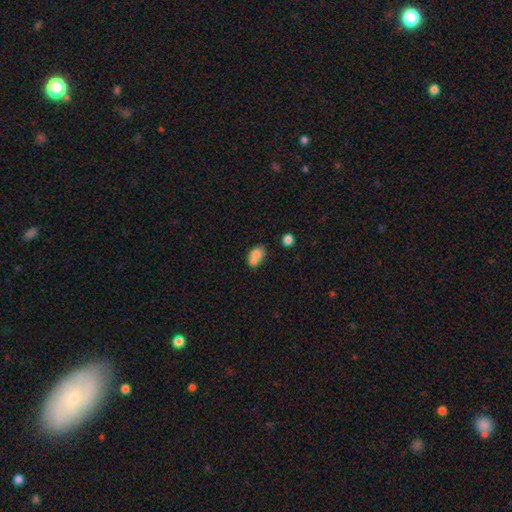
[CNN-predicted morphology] smooth_or_featured: smooth (p=0.73) [alt: featured or disk p=0.18]
how_rounded: in between (p=0.68) [alt: round p=0.30]
merging: merger (p=0.53) [alt: none p=0.31]